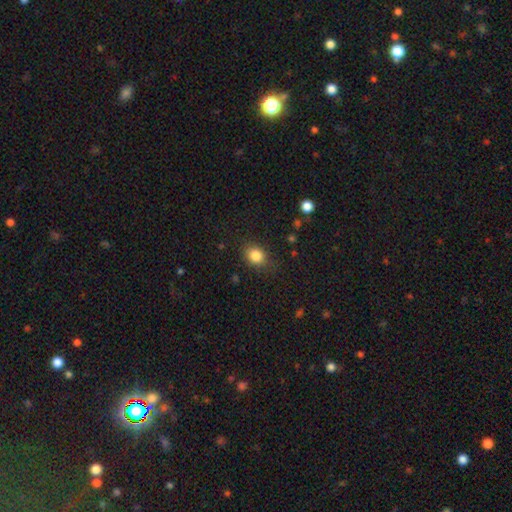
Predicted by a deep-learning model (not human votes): The model was most divided on "how rounded": round: 55%, in between: 44%, cigar-shaped: 1%. More confident: smooth or featured — smooth (84%); merging — none (78%).